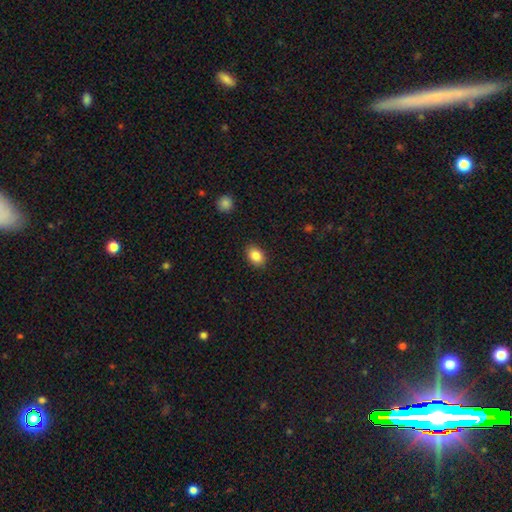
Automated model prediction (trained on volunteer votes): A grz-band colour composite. It shows a smooth galaxy with no disk features (86%) that is in between round and cigar-shaped (77%). Merging: none (88%).